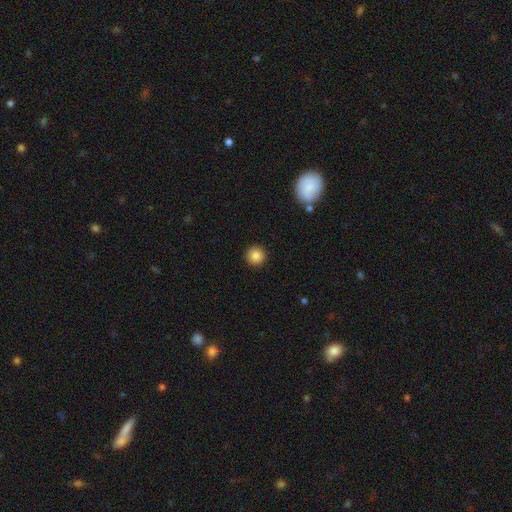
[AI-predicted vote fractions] Smooth or featured? smooth (85%)
How rounded? round (96%)
Merging? none (93%)